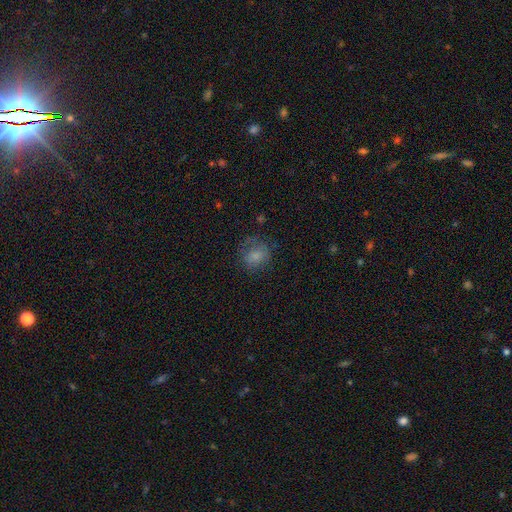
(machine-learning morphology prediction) The model was most divided on "merging": none: 62%, minor disturbance: 22%, major disturbance: 14%, merger: 2%. More confident: smooth or featured — smooth (74%); how rounded — round (69%).